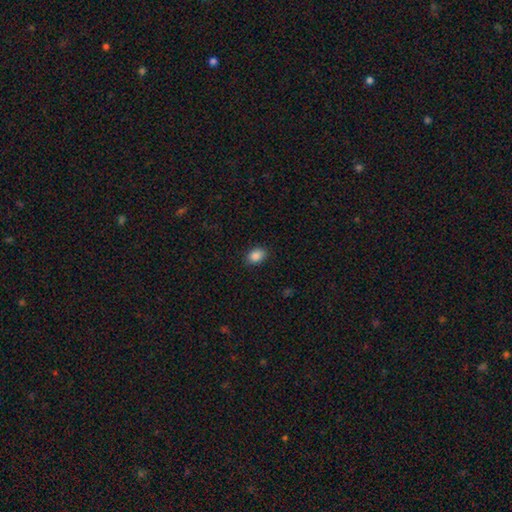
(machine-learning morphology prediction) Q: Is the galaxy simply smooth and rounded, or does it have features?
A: smooth — 88%.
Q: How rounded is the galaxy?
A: in between — 77%.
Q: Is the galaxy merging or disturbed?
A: none — 88%.